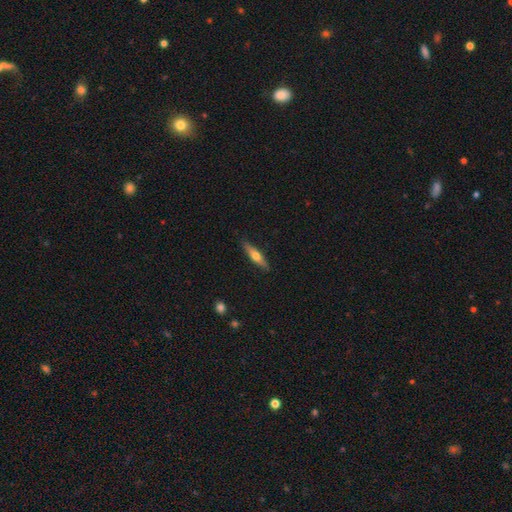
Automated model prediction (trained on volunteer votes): Morphology: type=smooth (49%); merging=none (88%).